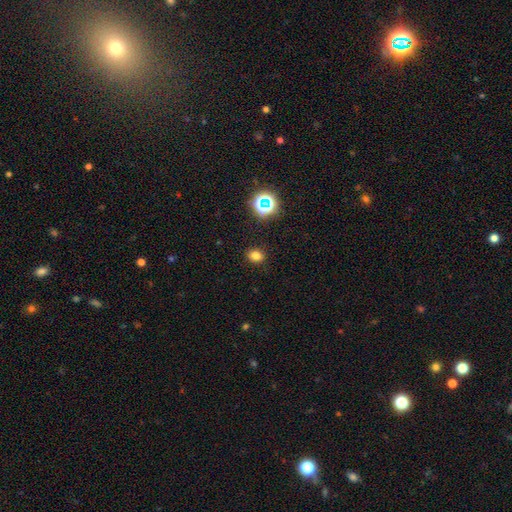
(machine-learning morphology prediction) Q: Smooth or featured?
A: smooth (76%); runner-up: star or artifact (18%)
Q: How rounded?
A: round (53%); runner-up: in between (46%)
Q: Merging?
A: none (89%); runner-up: minor disturbance (7%)